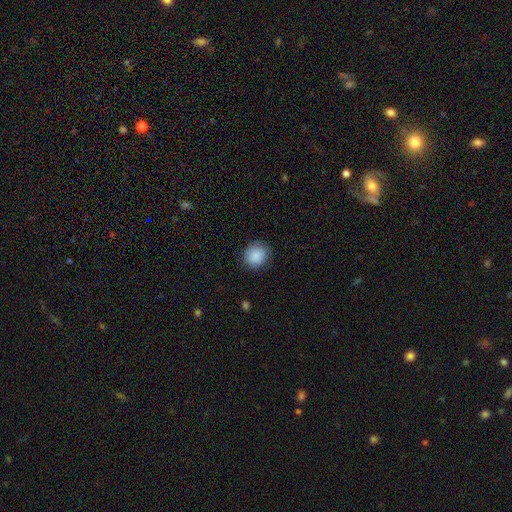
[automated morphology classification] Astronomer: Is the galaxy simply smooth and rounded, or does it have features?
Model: smooth — 88%.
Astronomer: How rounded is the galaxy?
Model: round — 77%.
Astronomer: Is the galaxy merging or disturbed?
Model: none — 83%.